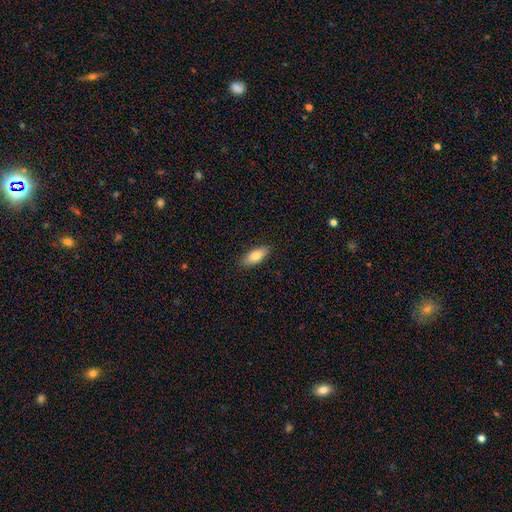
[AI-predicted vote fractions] Overall: smooth (80%). How rounded: in between (80%). Merging: none (88%).